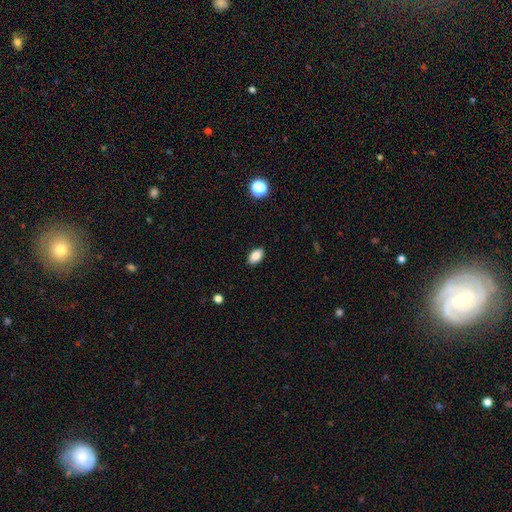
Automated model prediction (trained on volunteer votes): Smooth or featured?
  - smooth: 86% *
  - star or artifact: 9%
  - featured or disk: 5%
How rounded?
  - in between: 92% *
  - round: 6%
  - cigar-shaped: 3%
Merging?
  - none: 89% *
  - minor disturbance: 8%
  - major disturbance: 2%
  - merger: 1%